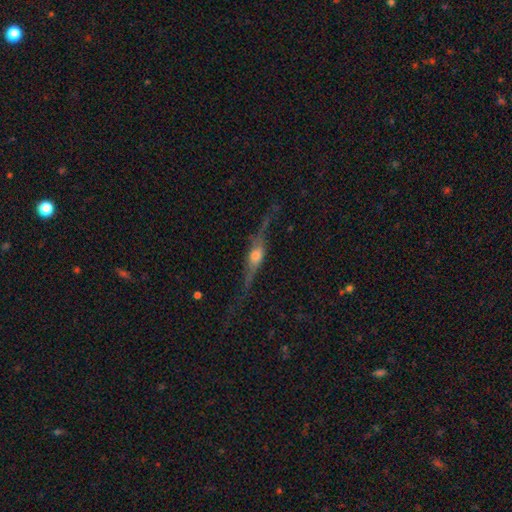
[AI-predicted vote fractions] Morphology: type=featured or disk (78%); edge-on=yes (94%); edge-on bulge=rounded (88%); merging=none (75%).